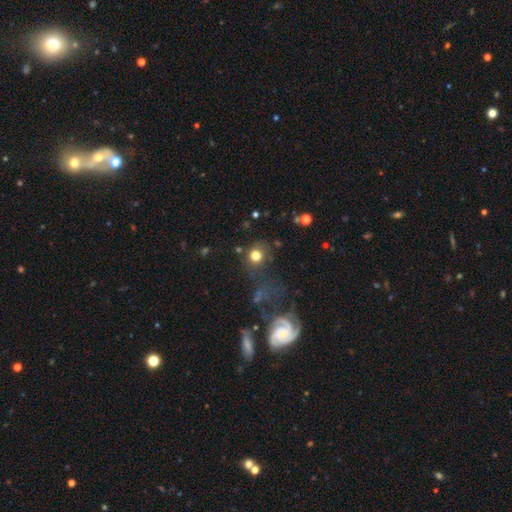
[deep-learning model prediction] smooth_or_featured: smooth (p=0.74) [alt: star or artifact p=0.14]
how_rounded: round (p=0.84) [alt: in between p=0.14]
merging: none (p=0.64) [alt: minor disturbance p=0.15]